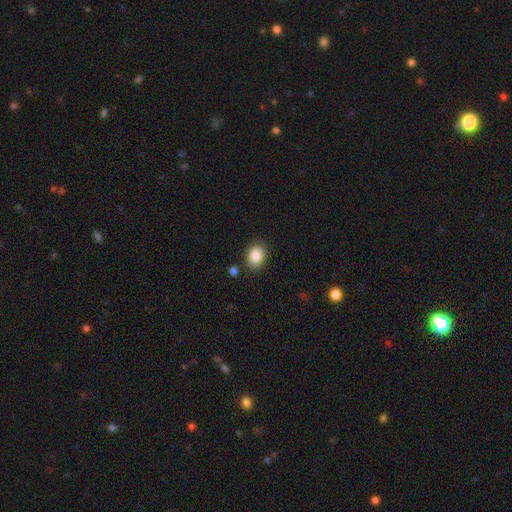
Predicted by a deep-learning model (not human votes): A smooth galaxy with no disk features (87%) that is in between round and cigar-shaped (55%).

Vote fractions:
- Smooth or featured? smooth: 87% / star or artifact: 9% / featured or disk: 5%
- How rounded? in between: 55% / round: 44% / cigar-shaped: 1%
- Merging? none: 85% / minor disturbance: 10% / merger: 3% / major disturbance: 3%